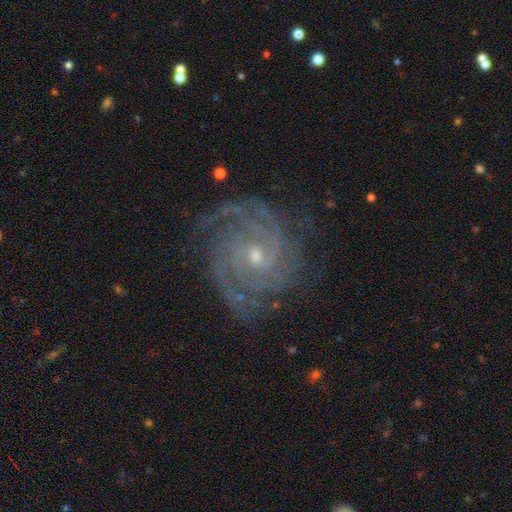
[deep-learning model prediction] Morphology: type=featured or disk (90%); edge-on=no (98%); bar=no (52%); spiral arms=yes (98%); winding=tight (69%); arm count=3 (25%); bulge=small (67%); merging=none (78%).